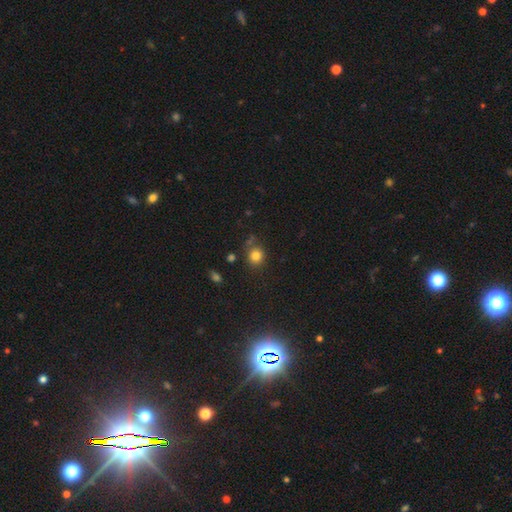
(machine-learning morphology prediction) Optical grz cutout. It shows a smooth galaxy with no disk features (81%) that is round (86%). Merging: none (77%).